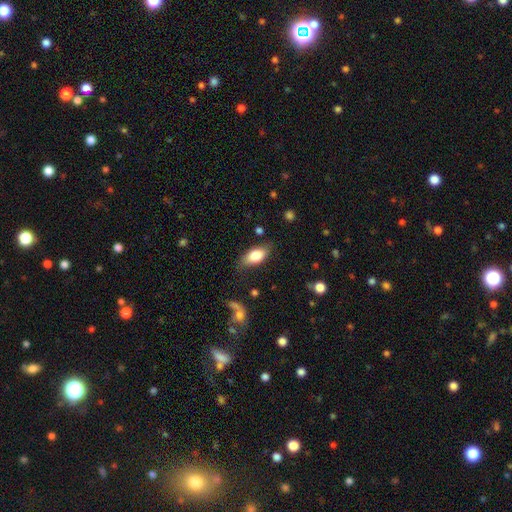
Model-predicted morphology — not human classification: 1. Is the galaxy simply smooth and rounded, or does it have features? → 76% smooth, 17% featured or disk, 7% star or artifact.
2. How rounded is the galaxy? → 88% in between, 8% cigar-shaped, 4% round.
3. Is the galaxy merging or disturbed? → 75% none, 18% minor disturbance, 5% major disturbance, 2% merger.